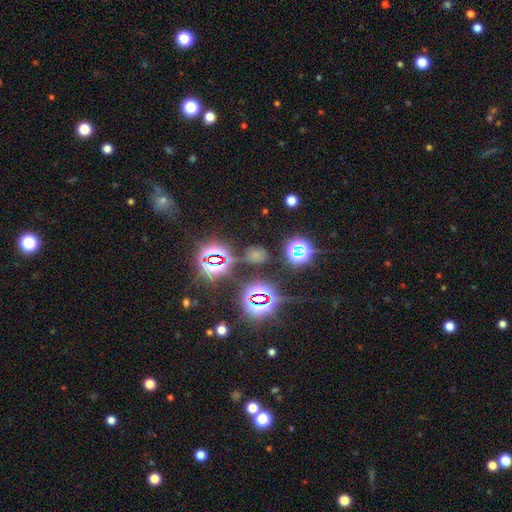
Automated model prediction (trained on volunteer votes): Smooth or featured? Predicted: star or artifact (p=0.58).